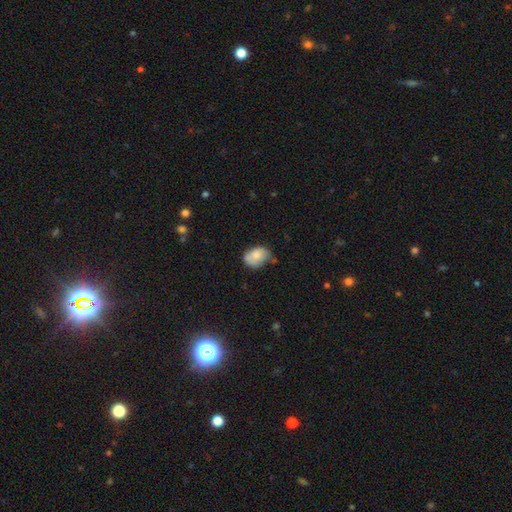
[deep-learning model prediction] A smooth galaxy with no disk features (76%) that is in between round and cigar-shaped (77%). Merging: none (48%).